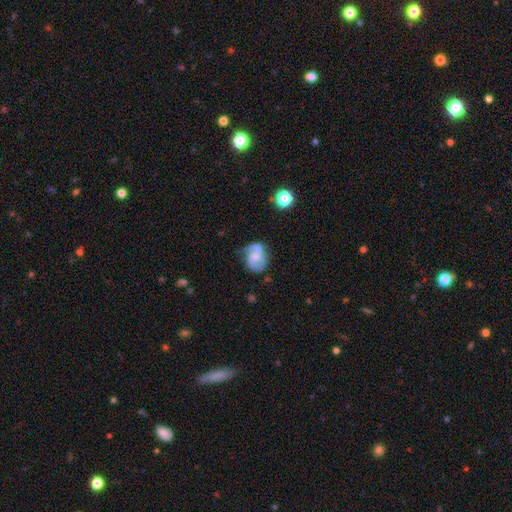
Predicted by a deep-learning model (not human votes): A featured or disk galaxy (69%) with no bar (53%), 2 (79%) medium (49%) spiral arms (88%) and a small central bulge (34%).

Vote fractions:
- Smooth or featured? featured or disk: 69% / smooth: 23% / star or artifact: 7%
- Edge-on disk? no: 98% / yes: 2%
- Bar? no: 53% / weak: 39% / strong: 8%
- Spiral arms? yes: 88% / no: 12%
- Spiral winding? medium: 49% / loose: 27% / tight: 25%
- Spiral arm count? 2: 79% / can't tell: 9% / 1: 8% / 3: 2% / 4: 1% / more than 4: 1%
- Bulge size? small: 34% / moderate: 31% / none: 27% / large: 6% / dominant: 2%
- Merging? none: 52% / minor disturbance: 26% / major disturbance: 14% / merger: 7%